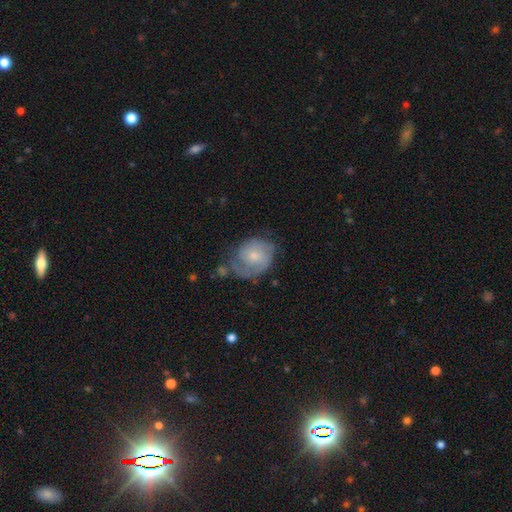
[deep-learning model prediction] featured or disk 61%, smooth 33%, star or artifact 7%. Down the decision tree: edge-on disk — no (97%); bar — no (74%); spiral arms — yes (84%); bulge size — small (58%); merging — none (49%).